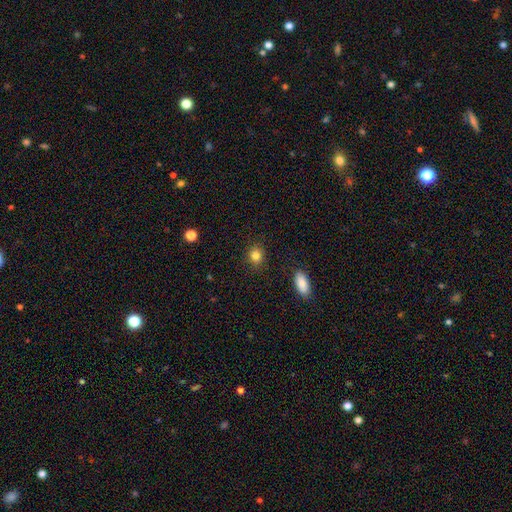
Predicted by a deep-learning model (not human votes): A smooth galaxy with no disk features (84%) that is round (68%).

Vote fractions:
- Smooth or featured? smooth: 84% / star or artifact: 11% / featured or disk: 6%
- How rounded? round: 68% / in between: 31% / cigar-shaped: 1%
- Merging? none: 88% / minor disturbance: 9% / major disturbance: 2% / merger: 1%